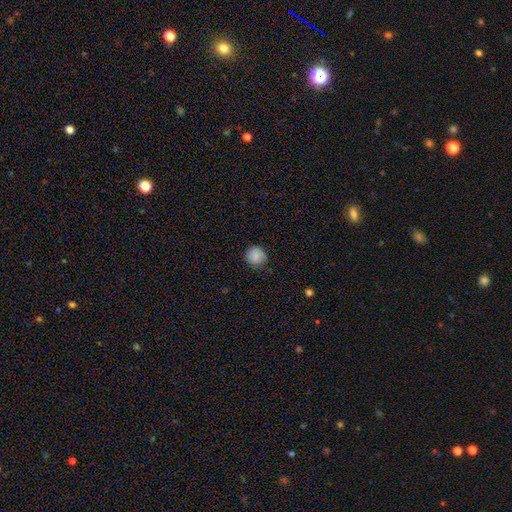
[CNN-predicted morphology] Smooth or featured?
  - smooth: 85% *
  - star or artifact: 8%
  - featured or disk: 6%
How rounded?
  - round: 91% *
  - in between: 8%
  - cigar-shaped: 1%
Merging?
  - none: 81% *
  - minor disturbance: 15%
  - major disturbance: 3%
  - merger: 1%